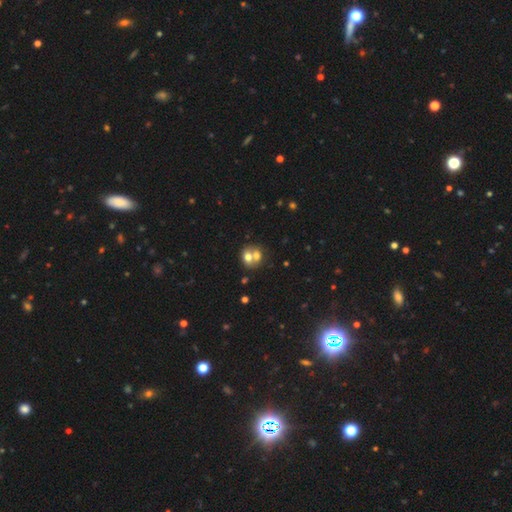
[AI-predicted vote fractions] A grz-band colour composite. It shows a smooth galaxy with no disk features (66%) that is round (55%). Merging: merger (66%).